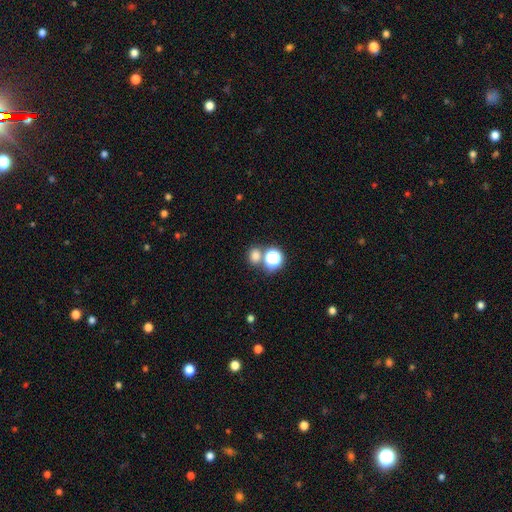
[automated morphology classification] A smooth galaxy with no disk features (71%) that is round (69%).

Vote fractions:
- Smooth or featured? smooth: 71% / star or artifact: 23% / featured or disk: 6%
- How rounded? round: 69% / in between: 29% / cigar-shaped: 1%
- Merging? none: 66% / merger: 22% / minor disturbance: 8% / major disturbance: 4%